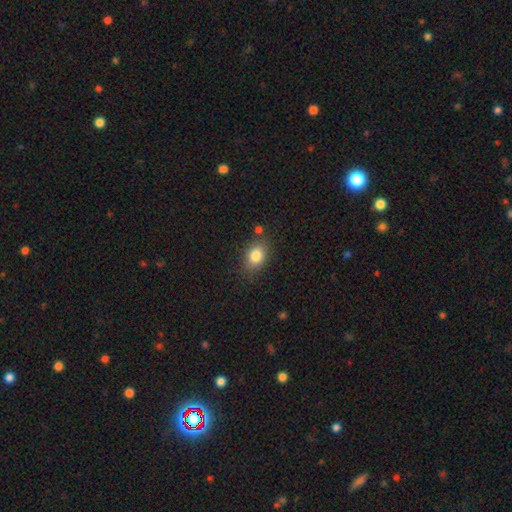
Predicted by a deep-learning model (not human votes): A smooth galaxy with no disk features (82%) that is in between round and cigar-shaped (71%).

Vote fractions:
- Smooth or featured? smooth: 82% / star or artifact: 10% / featured or disk: 9%
- How rounded? in between: 71% / round: 27% / cigar-shaped: 2%
- Merging? none: 78% / minor disturbance: 14% / merger: 5% / major disturbance: 4%